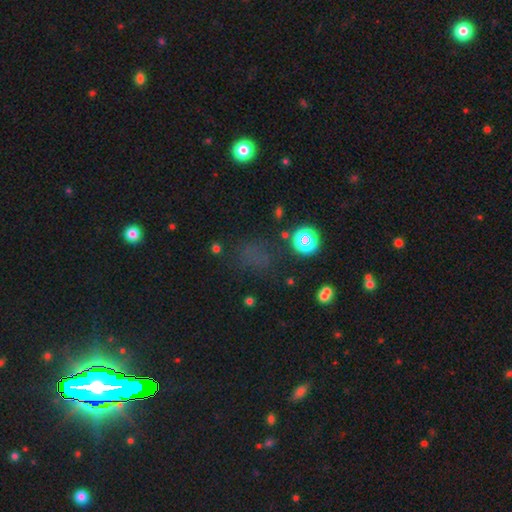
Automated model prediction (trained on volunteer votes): smooth 48%, star or artifact 43%, featured or disk 9%. Down the decision tree: merging — none (72%).